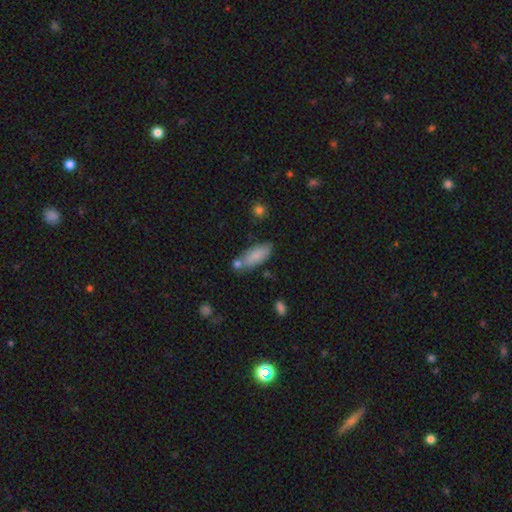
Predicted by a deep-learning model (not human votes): Overall: smooth (82%). How rounded: in between (80%). Merging: none (66%).